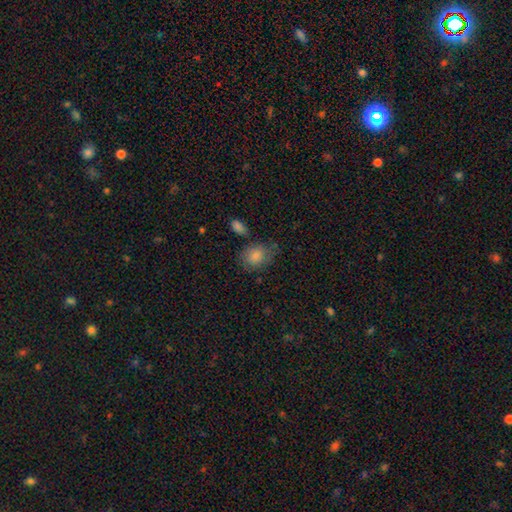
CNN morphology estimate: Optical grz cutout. It shows a smooth galaxy with no disk features (83%) that is in between round and cigar-shaped (63%). Merging: none (57%).